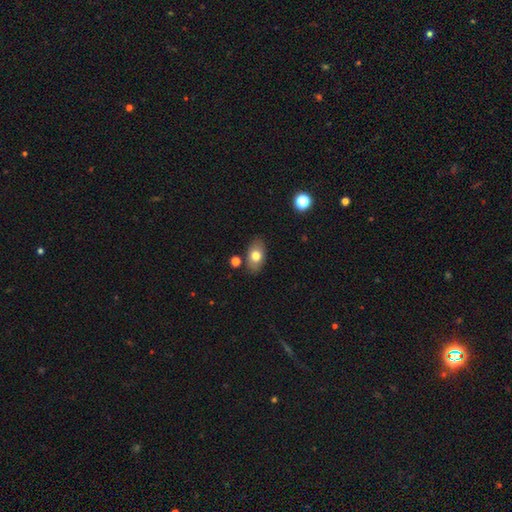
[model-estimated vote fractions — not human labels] Smooth or featured? smooth (73%)
How rounded? in between (88%)
Merging? none (82%)